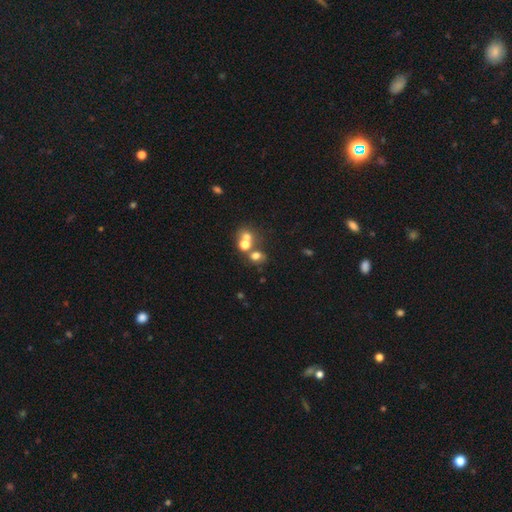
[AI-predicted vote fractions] Smooth or featured? smooth (65%)
How rounded? round (62%)
Merging? none (44%)